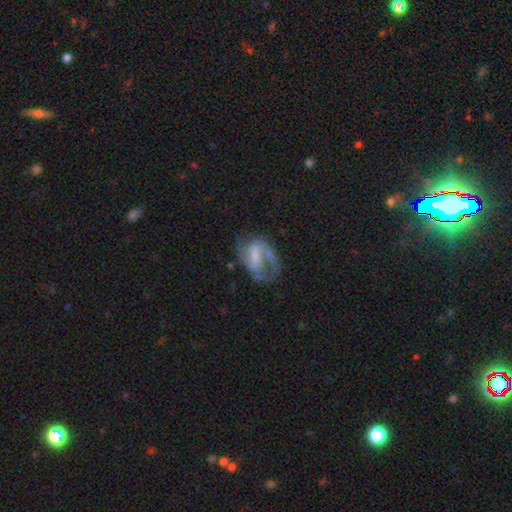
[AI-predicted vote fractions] featured or disk 73%, smooth 20%, star or artifact 7%. Down the decision tree: edge-on disk — no (97%); bar — weak (46%); spiral arms — yes (84%); spiral arm count — 2 (63%); spiral winding — medium (46%); bulge size — small (33%); merging — none (47%).